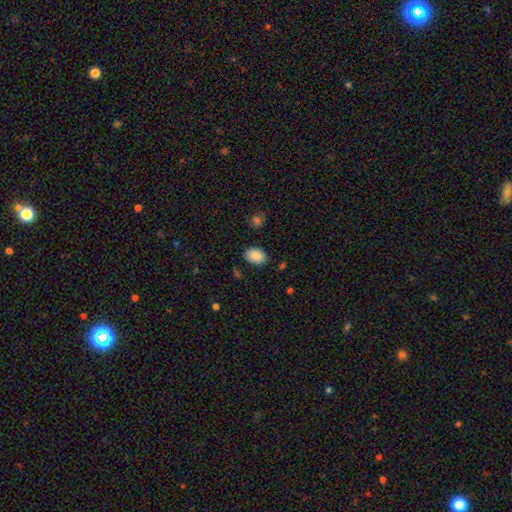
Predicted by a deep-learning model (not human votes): The model was most divided on "how rounded": in between: 79%, round: 20%, cigar-shaped: 1%. More confident: smooth or featured — smooth (89%); merging — none (83%).